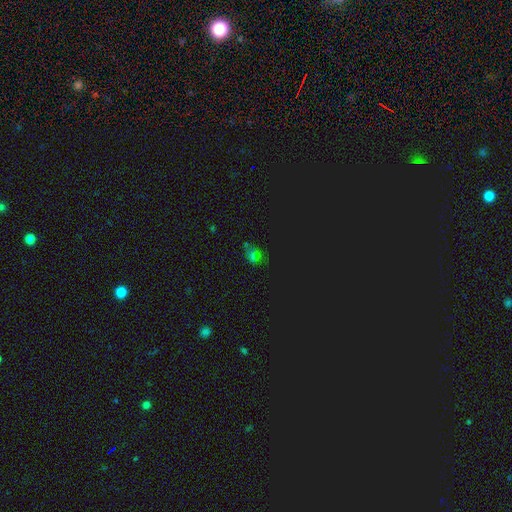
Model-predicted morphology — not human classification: A star or artifact, not a galaxy (50%).